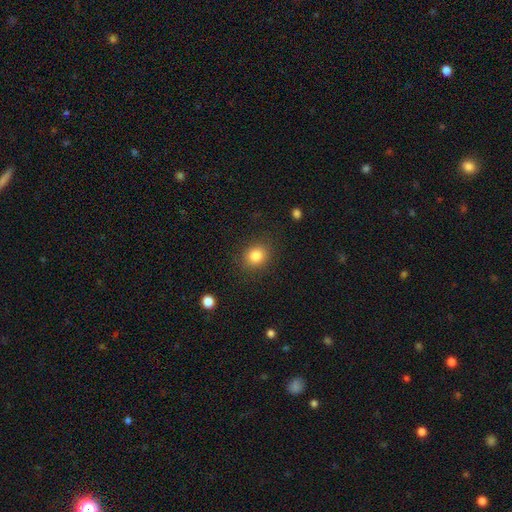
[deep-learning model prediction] Q: Smooth or featured?
A: smooth (83%); runner-up: star or artifact (10%)
Q: How rounded?
A: round (70%); runner-up: in between (29%)
Q: Merging?
A: none (86%); runner-up: minor disturbance (9%)